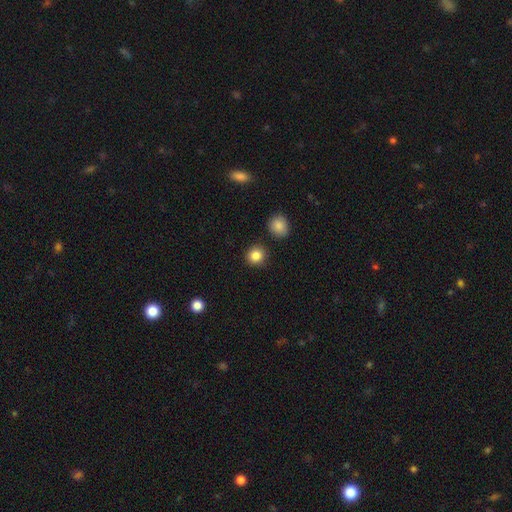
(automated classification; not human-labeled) This appears to be a smooth galaxy with no disk features (86%) that is round (89%). Merging: none (88%).